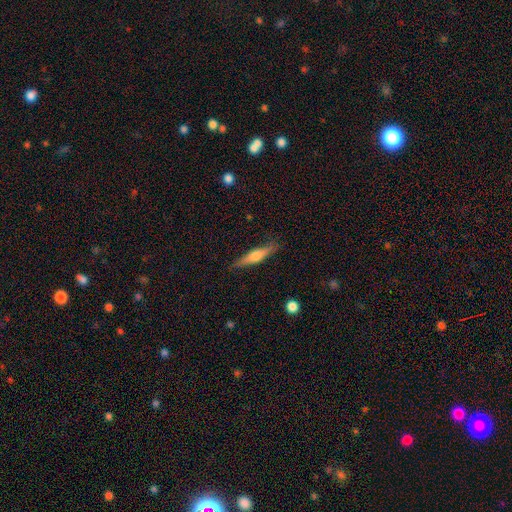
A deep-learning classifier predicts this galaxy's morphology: Smooth or featured: featured or disk — 50% (smooth — 44%)
Edge-on disk: yes — 95% (no — 5%)
Merging: none — 86% (minor disturbance — 11%)